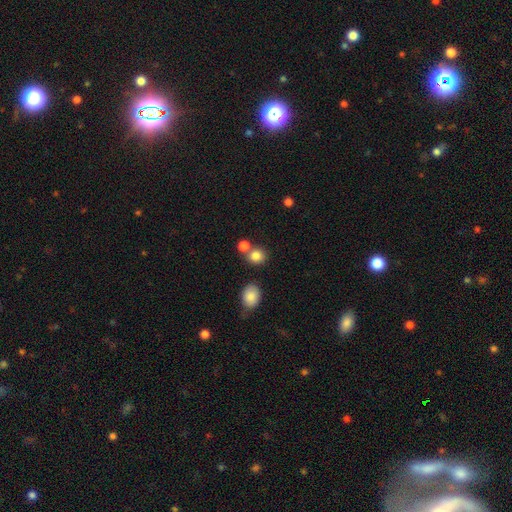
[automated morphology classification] Smooth or featured? smooth (82%)
How rounded? round (78%)
Merging? none (60%)